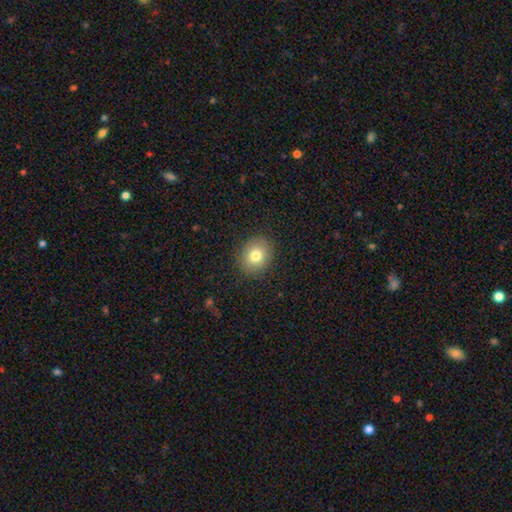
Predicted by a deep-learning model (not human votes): This appears to be a smooth galaxy with no disk features (78%) that is round (67%). Merging: none (89%).